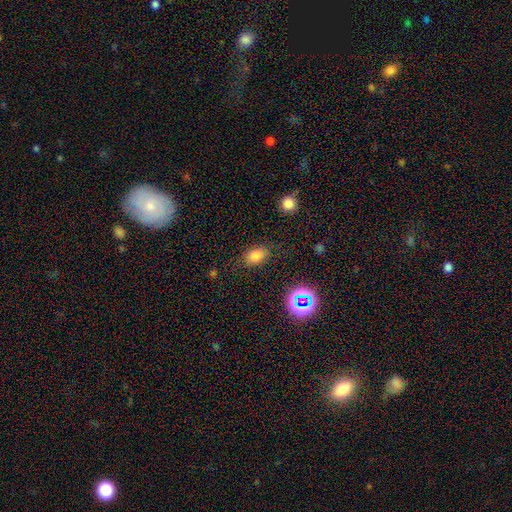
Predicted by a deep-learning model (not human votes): This is likely a smooth galaxy (77%). How rounded: clearly in between (81%). Merging: clearly none (80%).